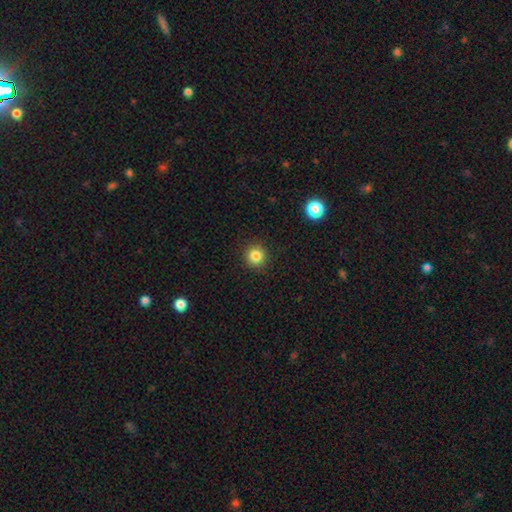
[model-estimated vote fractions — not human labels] Q: Smooth or featured?
A: smooth (84%); runner-up: star or artifact (11%)
Q: How rounded?
A: round (95%); runner-up: in between (4%)
Q: Merging?
A: none (92%); runner-up: minor disturbance (5%)